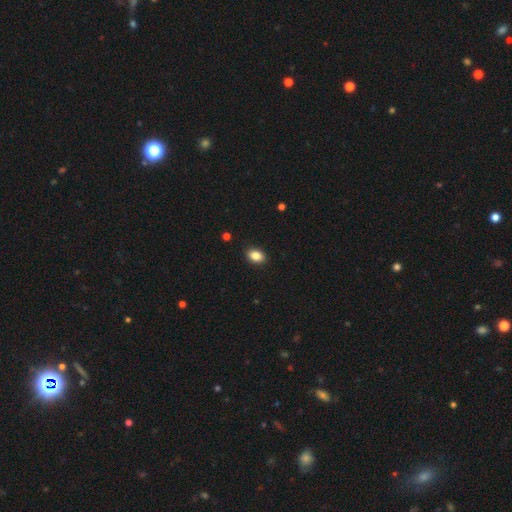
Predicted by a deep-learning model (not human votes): A smooth galaxy with no disk features (86%) that is in between round and cigar-shaped (81%). Merging: none (90%).